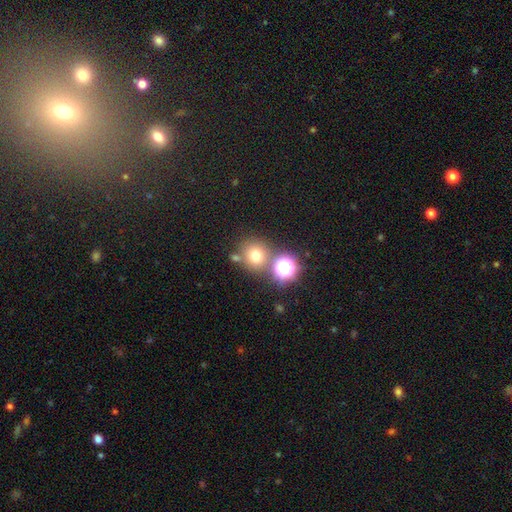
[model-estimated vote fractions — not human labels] smooth_or_featured: smooth (p=0.70) [alt: star or artifact p=0.20]
how_rounded: round (p=0.88) [alt: in between p=0.11]
merging: none (p=0.71) [alt: merger p=0.15]